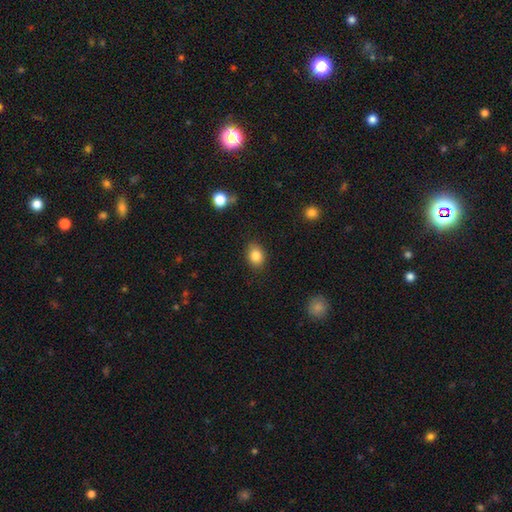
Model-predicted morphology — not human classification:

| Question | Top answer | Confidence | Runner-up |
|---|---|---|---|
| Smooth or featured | smooth | 85% | star or artifact (9%) |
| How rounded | in between | 60% | round (39%) |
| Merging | none | 82% | minor disturbance (14%) |